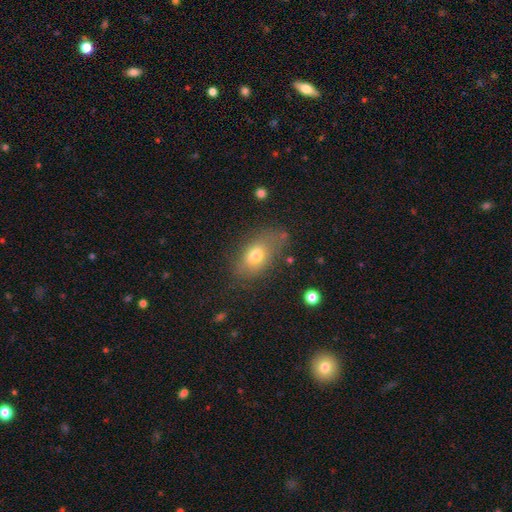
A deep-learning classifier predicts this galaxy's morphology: smooth_or_featured: smooth (p=0.73) [alt: featured or disk p=0.17]
how_rounded: in between (p=0.86) [alt: round p=0.11]
merging: none (p=0.68) [alt: minor disturbance p=0.21]